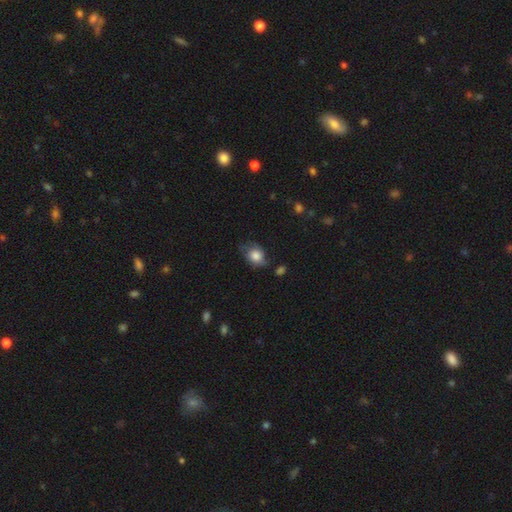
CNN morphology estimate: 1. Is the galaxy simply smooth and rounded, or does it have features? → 69% smooth, 23% featured or disk, 9% star or artifact.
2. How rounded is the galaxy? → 57% in between, 42% round, 1% cigar-shaped.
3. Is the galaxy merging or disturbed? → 54% none, 31% minor disturbance, 12% major disturbance, 3% merger.